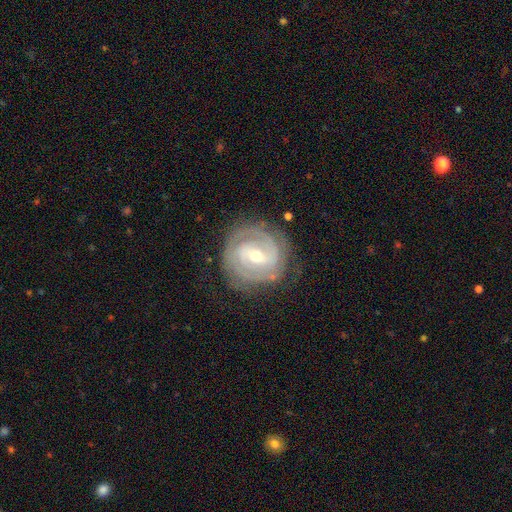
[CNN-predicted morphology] A featured or disk galaxy (87%) with a weak bar (48%), 2 (59%) tight (72%) spiral arms (95%) and a moderate central bulge (54%). Merging: none (78%).